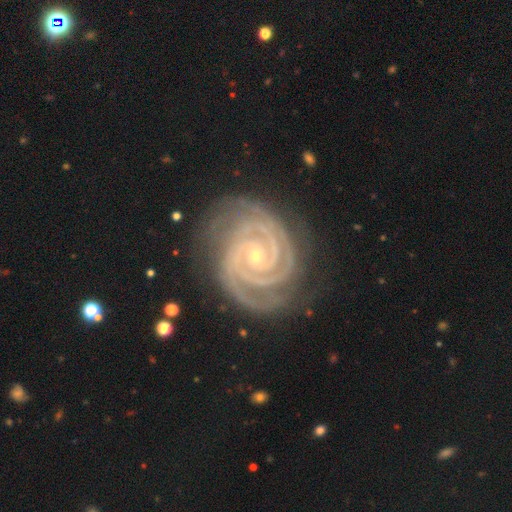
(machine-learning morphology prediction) Smooth or featured: featured or disk — 94% (star or artifact — 4%)
Edge-on disk: no — 98% (yes — 2%)
Bar: no — 59% (weak — 24%)
Spiral arms: yes — 99% (no — 1%)
Spiral winding: tight — 88% (medium — 11%)
Spiral arm count: 2 — 61% (3 — 18%)
Bulge size: small — 76% (moderate — 21%)
Merging: none — 79% (minor disturbance — 15%)